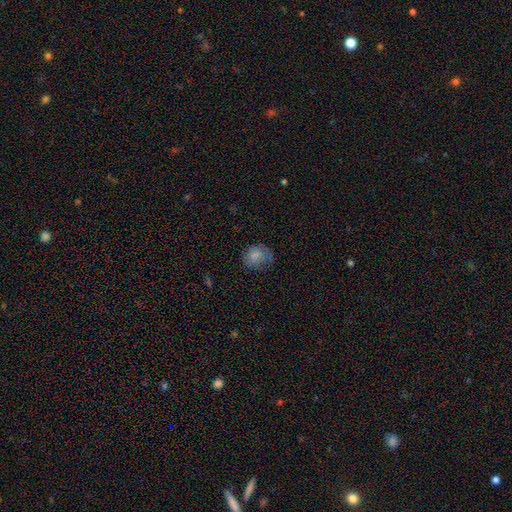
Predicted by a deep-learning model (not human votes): The model was most divided on "merging": none: 61%, minor disturbance: 27%, major disturbance: 11%, merger: 1%. More confident: smooth or featured — smooth (78%); how rounded — round (69%).